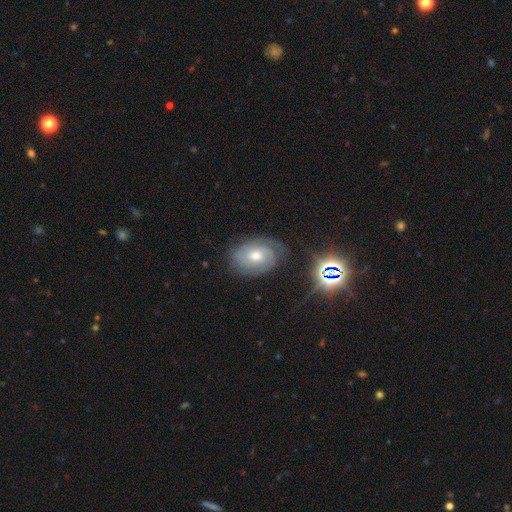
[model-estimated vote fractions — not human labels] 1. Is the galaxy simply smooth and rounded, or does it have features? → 68% featured or disk, 19% smooth, 12% star or artifact.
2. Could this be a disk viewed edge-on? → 96% no, 4% yes.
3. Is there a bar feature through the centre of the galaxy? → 69% no, 26% weak, 5% strong.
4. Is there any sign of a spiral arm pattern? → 89% yes, 11% no.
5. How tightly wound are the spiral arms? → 66% tight, 26% medium, 8% loose.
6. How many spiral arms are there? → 35% can't tell, 34% 2, 14% 3, 10% 1, 4% 4, 3% more than 4.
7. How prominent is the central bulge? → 72% moderate, 21% small, 4% large, 1% none, 1% dominant.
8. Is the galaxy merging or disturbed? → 70% none, 21% minor disturbance, 8% major disturbance, 2% merger.